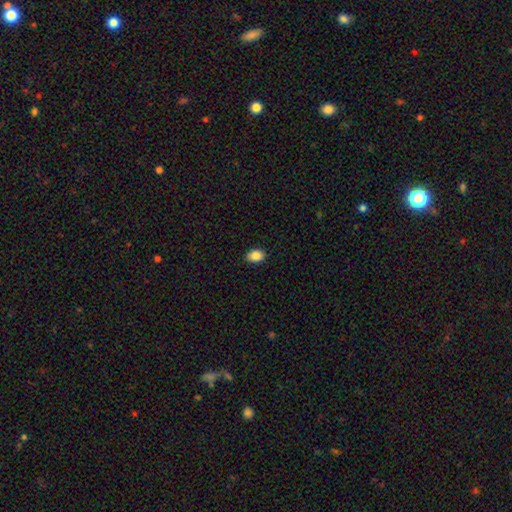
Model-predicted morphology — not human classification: The model was most divided on "how rounded": in between: 79%, round: 20%, cigar-shaped: 1%. More confident: merging — none (90%); smooth or featured — smooth (87%).